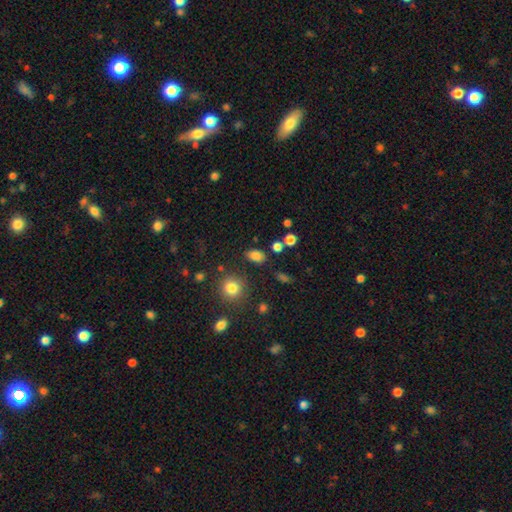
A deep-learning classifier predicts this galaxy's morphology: Overall: smooth (82%). How rounded: in between (81%). Merging: none (79%).